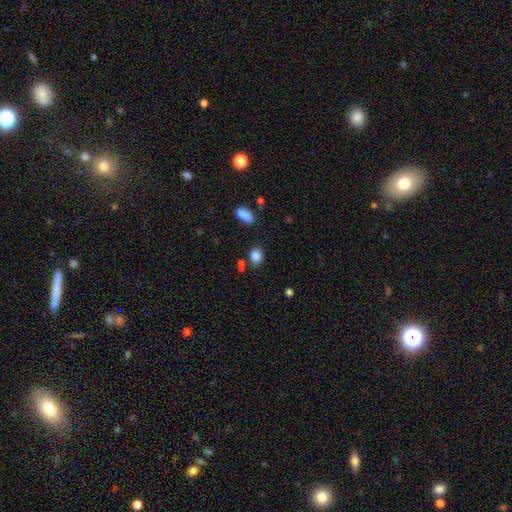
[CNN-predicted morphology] A smooth galaxy with no disk features (85%) that is in between round and cigar-shaped (52%).

Vote fractions:
- Smooth or featured? smooth: 85% / star or artifact: 10% / featured or disk: 5%
- How rounded? in between: 52% / round: 47% / cigar-shaped: 1%
- Merging? none: 73% / minor disturbance: 15% / merger: 8% / major disturbance: 4%